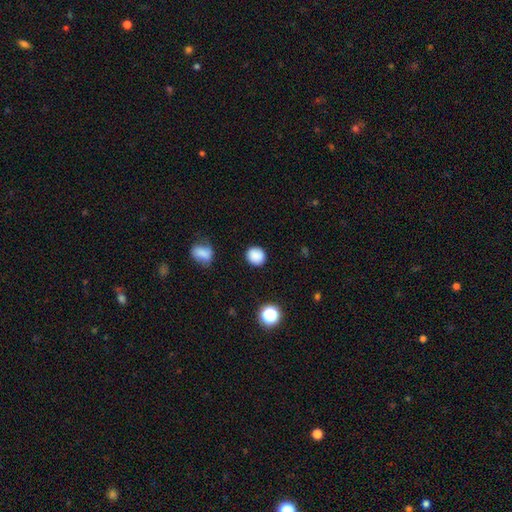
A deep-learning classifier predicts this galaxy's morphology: This appears to be a smooth galaxy with no disk features (86%) that is round (85%). Merging: none (87%).